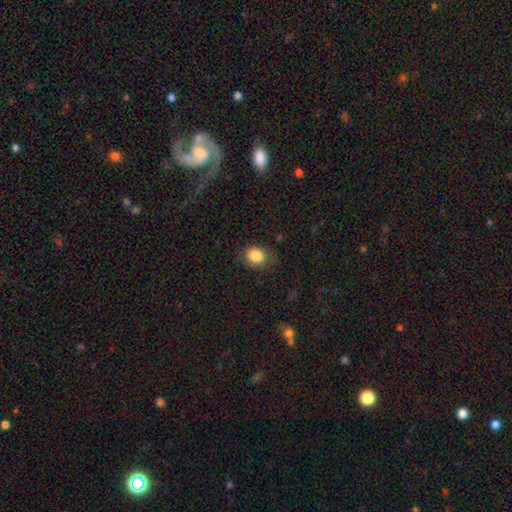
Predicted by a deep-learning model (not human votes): Smooth or featured?
  - smooth: 85% *
  - star or artifact: 9%
  - featured or disk: 6%
How rounded?
  - in between: 50% *
  - round: 49%
  - cigar-shaped: 1%
Merging?
  - none: 77% *
  - minor disturbance: 17%
  - major disturbance: 5%
  - merger: 1%